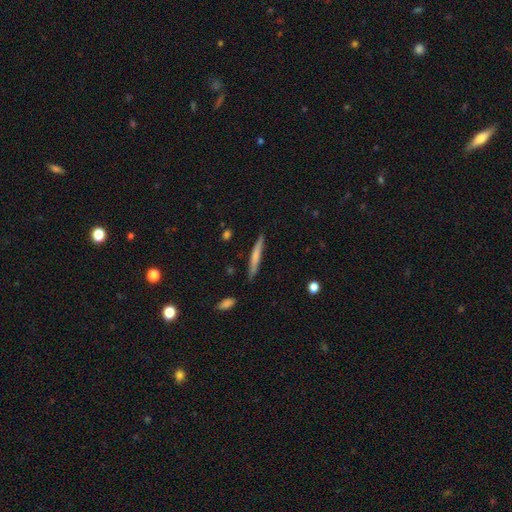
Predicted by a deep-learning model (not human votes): Overall: smooth (65%; featured or disk 29%). How rounded: cigar-shaped (94%). Merging: none (85%).